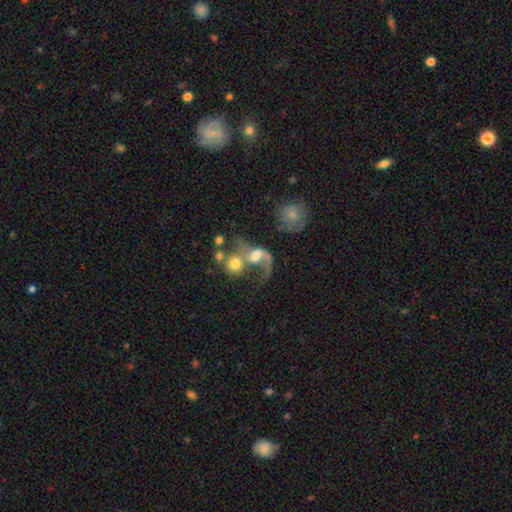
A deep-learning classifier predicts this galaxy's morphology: Smooth or featured: featured or disk — 58% (smooth — 33%)
Edge-on disk: no — 96% (yes — 4%)
Bar: no — 57% (weak — 32%)
Spiral arms: yes — 79% (no — 21%)
Bulge size: moderate — 48% (large — 24%)
Merging: merger — 65% (major disturbance — 17%)